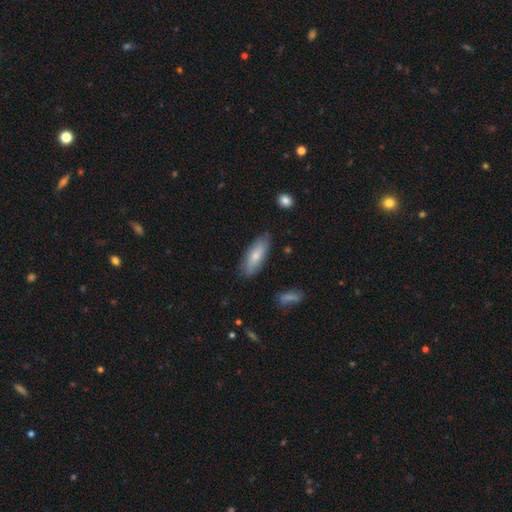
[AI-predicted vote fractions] Smooth or featured?
  - smooth: 73% *
  - featured or disk: 21%
  - star or artifact: 6%
How rounded?
  - in between: 65% *
  - cigar-shaped: 32%
  - round: 2%
Merging?
  - none: 82% *
  - minor disturbance: 14%
  - major disturbance: 3%
  - merger: 2%